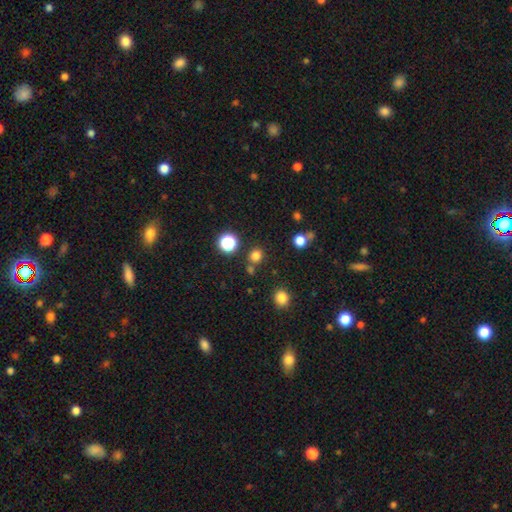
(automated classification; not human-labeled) Overall: smooth (76%). How rounded: round (86%). Merging: none (78%).